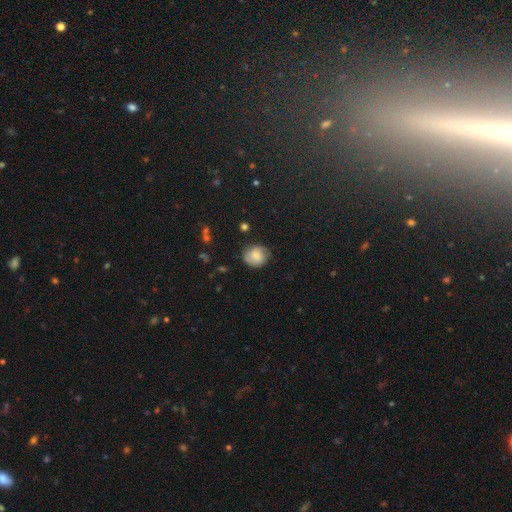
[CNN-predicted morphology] Q: Smooth or featured?
A: smooth (76%); runner-up: featured or disk (15%)
Q: How rounded?
A: round (80%); runner-up: in between (19%)
Q: Merging?
A: none (73%); runner-up: minor disturbance (20%)